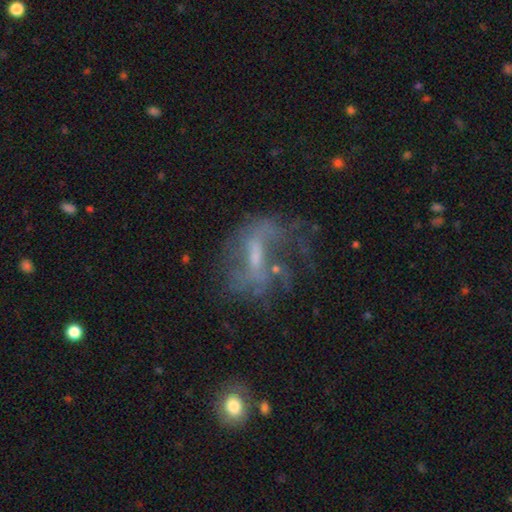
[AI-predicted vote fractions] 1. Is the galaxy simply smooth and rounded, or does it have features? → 67% featured or disk, 18% smooth, 14% star or artifact.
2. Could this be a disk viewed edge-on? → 94% no, 6% yes.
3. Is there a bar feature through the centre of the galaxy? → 46% weak, 32% no, 23% strong.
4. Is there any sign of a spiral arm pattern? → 58% yes, 42% no.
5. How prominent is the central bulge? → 42% small, 32% moderate, 22% none, 3% large, 1% dominant.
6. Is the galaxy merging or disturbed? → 39% none, 38% major disturbance, 18% minor disturbance, 6% merger.